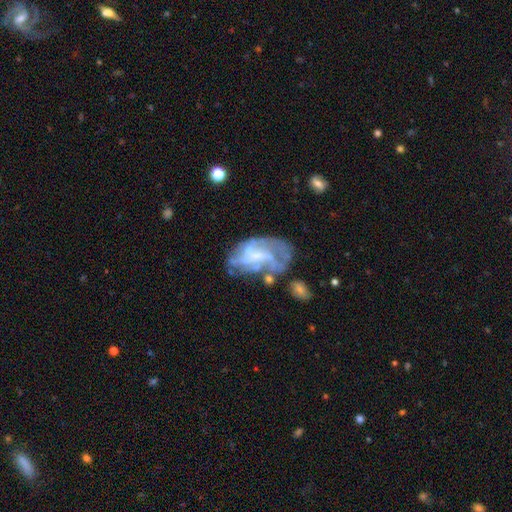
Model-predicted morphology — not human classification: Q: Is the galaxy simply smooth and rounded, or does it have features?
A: featured or disk — 79%.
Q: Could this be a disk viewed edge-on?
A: no — 97%.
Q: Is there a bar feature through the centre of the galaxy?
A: no — 47%.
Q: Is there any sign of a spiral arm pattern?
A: yes — 81%.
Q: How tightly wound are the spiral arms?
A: medium — 40%.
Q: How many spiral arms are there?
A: can't tell — 40%.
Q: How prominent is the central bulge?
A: small — 60%.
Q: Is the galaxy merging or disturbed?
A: none — 46%.